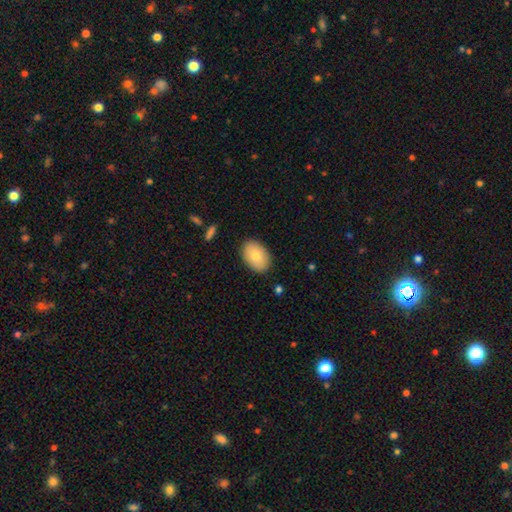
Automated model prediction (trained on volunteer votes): Smooth or featured? Predicted: smooth (p=0.77). How rounded? Predicted: in between (p=0.87). Merging? Predicted: none (p=0.87).